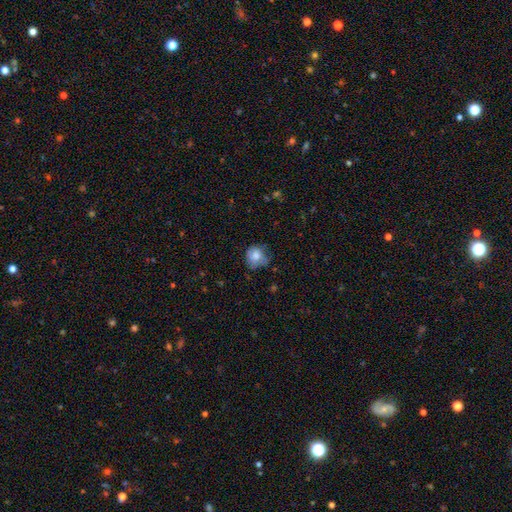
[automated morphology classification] type=smooth (74%); roundness=round (77%); merging=none (56%).